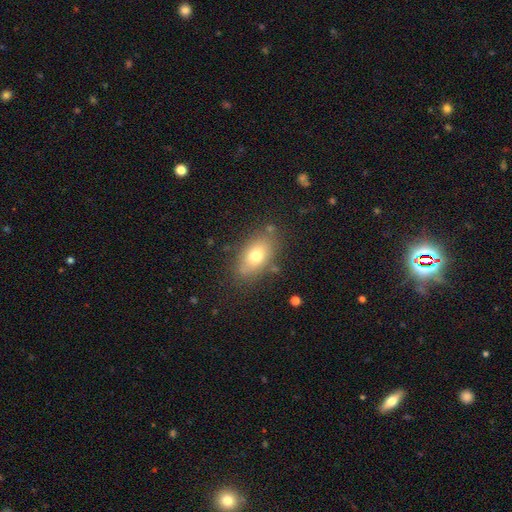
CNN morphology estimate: smooth-or-featured: smooth: 72% | featured or disk: 19% | star or artifact: 9%
  how-rounded: in between: 87% | round: 9% | cigar-shaped: 4%
  merging: none: 78% | minor disturbance: 14% | major disturbance: 4% | merger: 3%